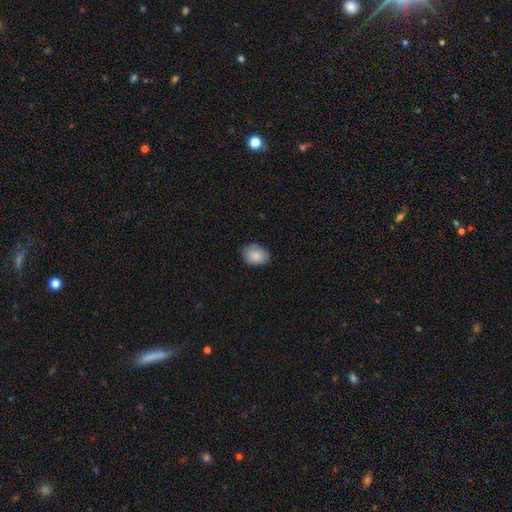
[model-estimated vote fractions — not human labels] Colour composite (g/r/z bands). It shows a smooth galaxy with no disk features (85%) that is in between round and cigar-shaped (77%). Merging: none (79%).